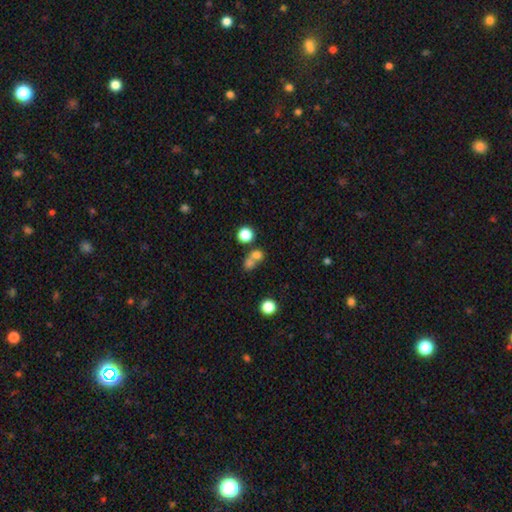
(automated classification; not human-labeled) Smooth or featured? Predicted: smooth (p=0.72). How rounded? Predicted: round (p=0.75). Merging? Predicted: merger (p=0.54).